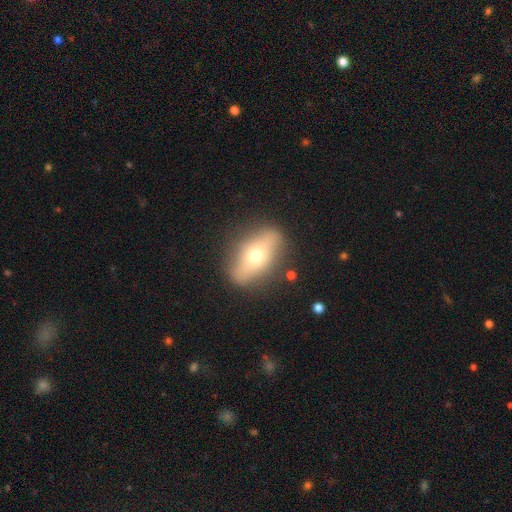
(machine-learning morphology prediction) Smooth or featured: featured or disk — 50% (smooth — 43%)
Merging: none — 84% (minor disturbance — 11%)